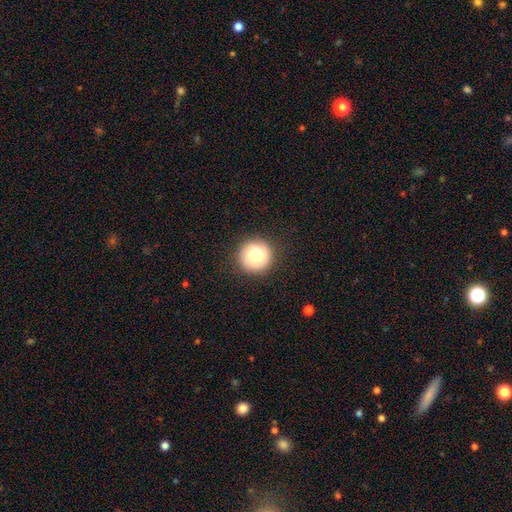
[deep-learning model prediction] smooth-or-featured: smooth: 82% | featured or disk: 10% | star or artifact: 8%
  how-rounded: round: 95% | in between: 4% | cigar-shaped: 1%
  merging: none: 89% | minor disturbance: 7% | major disturbance: 2% | merger: 1%